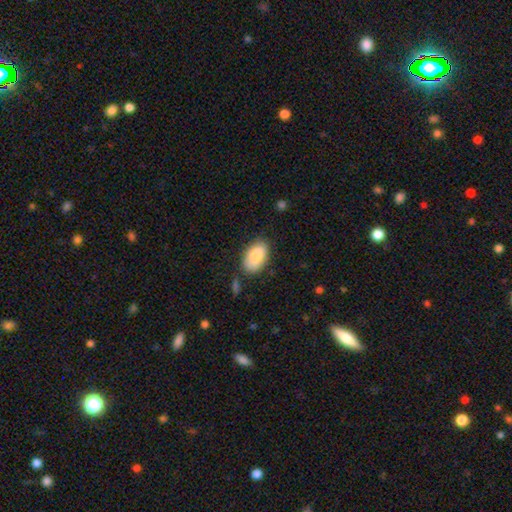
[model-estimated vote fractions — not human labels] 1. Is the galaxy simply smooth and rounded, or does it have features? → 84% smooth, 10% featured or disk, 6% star or artifact.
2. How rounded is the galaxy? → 94% in between, 5% round, 1% cigar-shaped.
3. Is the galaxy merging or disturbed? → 79% none, 15% minor disturbance, 3% major disturbance, 3% merger.